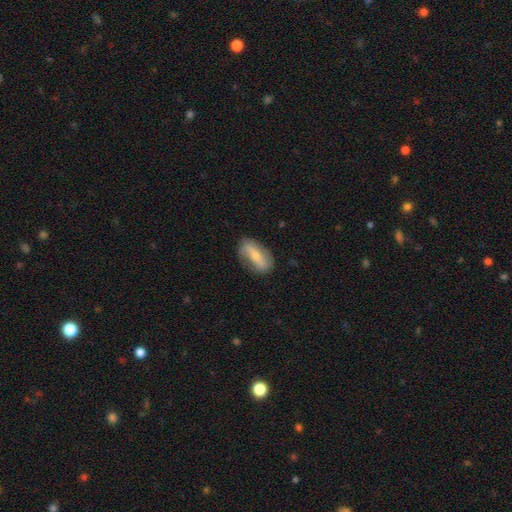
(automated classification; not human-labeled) Morphology: type=featured or disk (53%); edge-on=no (83%); merging=none (76%).